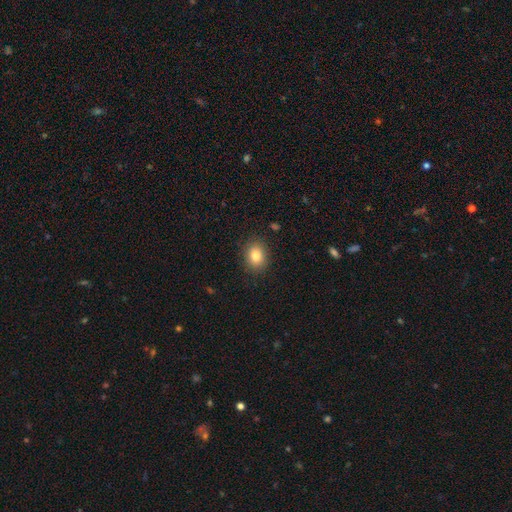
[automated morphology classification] Smooth or featured? smooth (82%)
How rounded? round (50%)
Merging? none (88%)